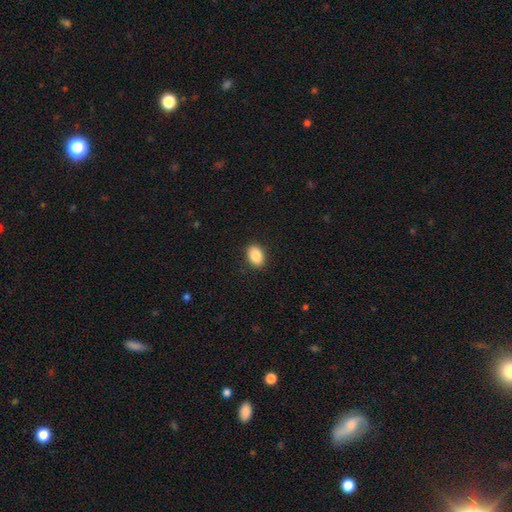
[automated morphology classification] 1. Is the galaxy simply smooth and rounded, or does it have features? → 87% smooth, 8% star or artifact, 5% featured or disk.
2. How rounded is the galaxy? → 81% in between, 17% round, 1% cigar-shaped.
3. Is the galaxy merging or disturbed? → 90% none, 8% minor disturbance, 2% major disturbance, 1% merger.